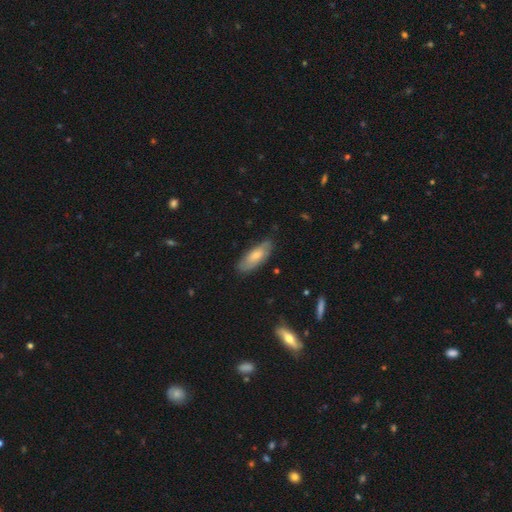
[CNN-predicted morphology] A smooth galaxy with no disk features (62%) that is in between round and cigar-shaped (73%).

Vote fractions:
- Smooth or featured? smooth: 62% / featured or disk: 32% / star or artifact: 6%
- How rounded? in between: 73% / cigar-shaped: 25% / round: 2%
- Merging? none: 78% / minor disturbance: 18% / major disturbance: 3% / merger: 1%